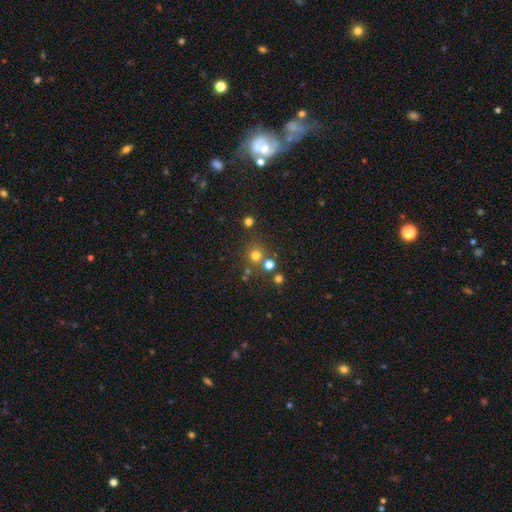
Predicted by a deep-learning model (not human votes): Smooth or featured: smooth — 71% (star or artifact — 21%)
How rounded: round — 92% (in between — 7%)
Merging: none — 74% (merger — 15%)